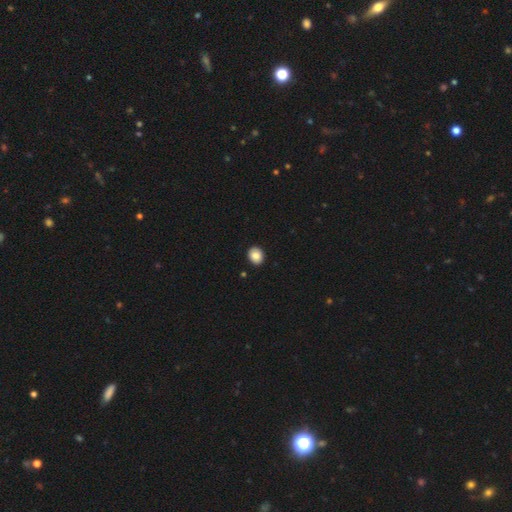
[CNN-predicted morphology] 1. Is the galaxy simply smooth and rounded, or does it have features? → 86% smooth, 9% star or artifact, 5% featured or disk.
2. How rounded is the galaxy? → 64% round, 35% in between, 1% cigar-shaped.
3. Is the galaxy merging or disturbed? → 92% none, 6% minor disturbance, 1% major disturbance, 1% merger.